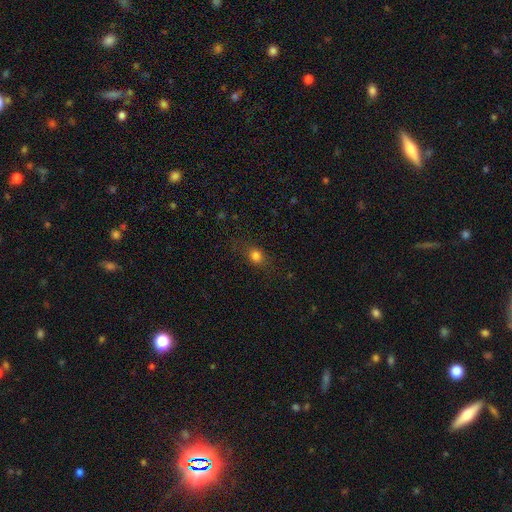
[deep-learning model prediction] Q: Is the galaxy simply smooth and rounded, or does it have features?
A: smooth — 75%.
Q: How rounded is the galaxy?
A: round — 55%.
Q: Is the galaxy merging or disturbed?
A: none — 79%.